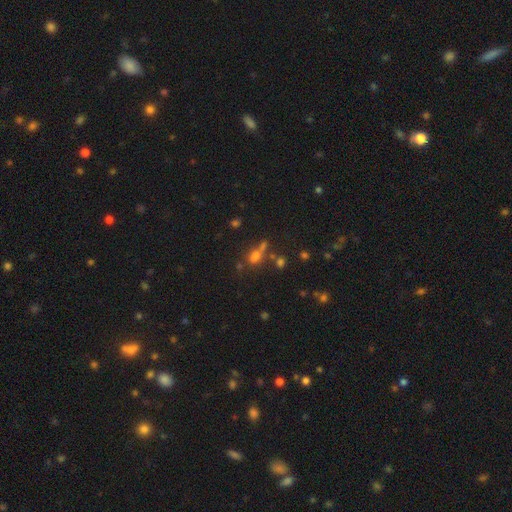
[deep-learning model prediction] This is possibly a smooth galaxy (59%). How rounded: possibly in between (57%). Merging: marginally none (42%).